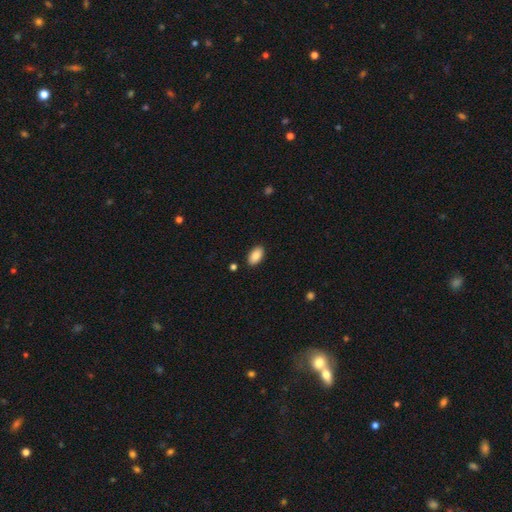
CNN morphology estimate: The model was most divided on "merging": none: 88%, minor disturbance: 8%, major disturbance: 2%, merger: 2%. More confident: how rounded — in between (94%); smooth or featured — smooth (89%).